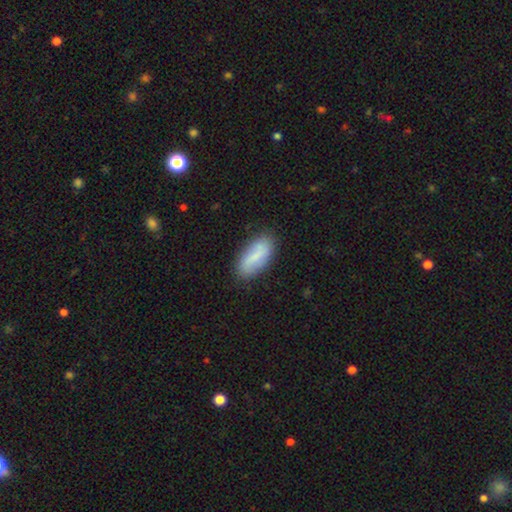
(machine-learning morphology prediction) smooth 73%, featured or disk 20%, star or artifact 7%. Down the decision tree: how rounded — in between (83%); merging — none (82%).